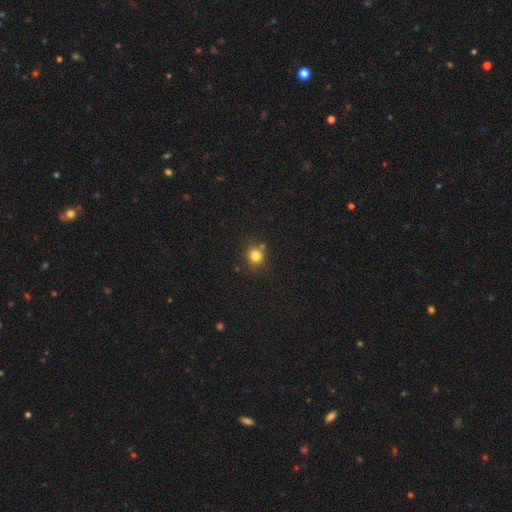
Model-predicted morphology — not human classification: This is clearly a smooth galaxy (81%). How rounded: clearly round (86%). Merging: likely none (76%).